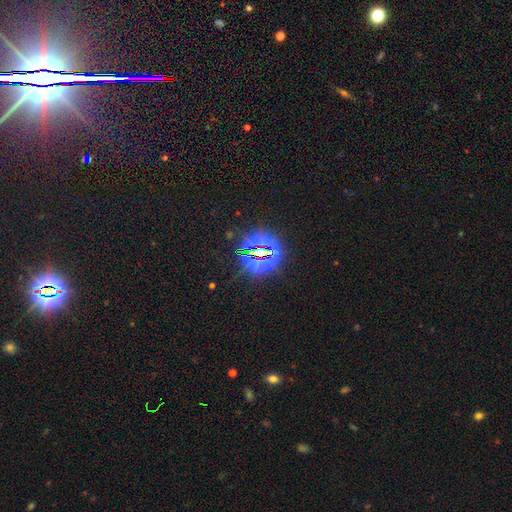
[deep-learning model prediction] A star or artifact, not a galaxy (81%).